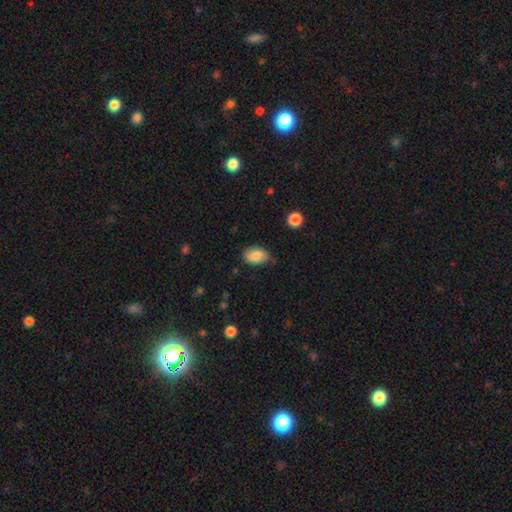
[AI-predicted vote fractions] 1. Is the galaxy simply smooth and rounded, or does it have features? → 84% smooth, 8% featured or disk, 8% star or artifact.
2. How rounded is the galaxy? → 85% in between, 13% round, 1% cigar-shaped.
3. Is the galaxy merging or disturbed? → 69% none, 25% minor disturbance, 4% major disturbance, 2% merger.